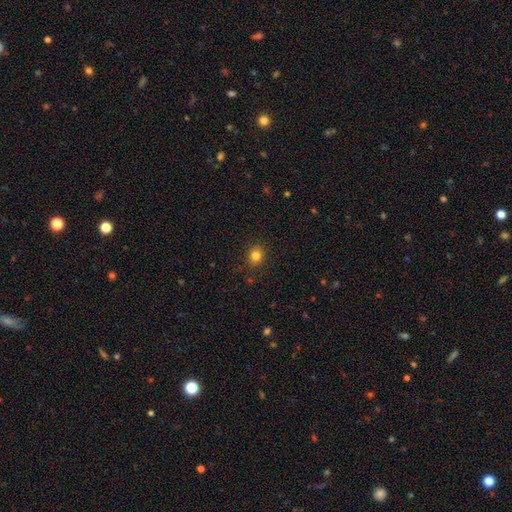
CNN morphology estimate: type=smooth (82%); roundness=round (67%); merging=none (88%).